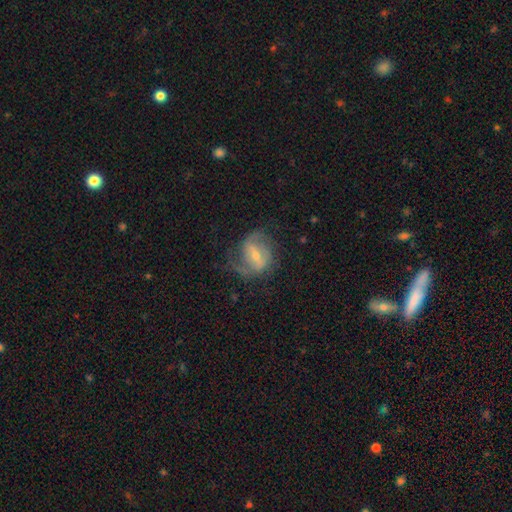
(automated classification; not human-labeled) Smooth or featured? Predicted: featured or disk (p=0.76). Edge-on disk? Predicted: no (p=0.96). Bar? Predicted: strong (p=0.45). Spiral arms? Predicted: yes (p=0.86). Spiral winding? Predicted: medium (p=0.46). Spiral arm count? Predicted: 2 (p=0.71). Bulge size? Predicted: small (p=0.52). Merging? Predicted: none (p=0.56).